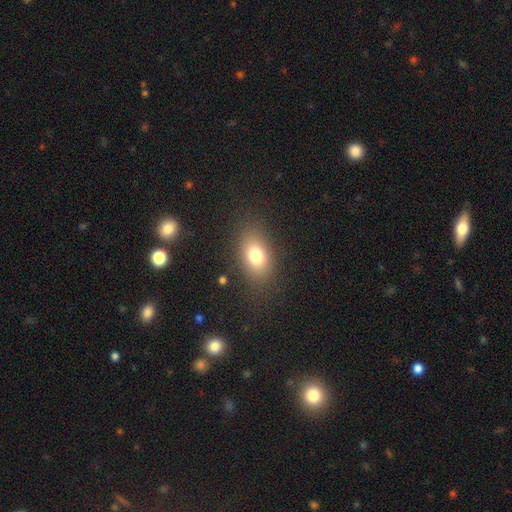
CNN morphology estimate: This appears to be a smooth galaxy with no disk features (76%) that is in between round and cigar-shaped (80%). Merging: none (82%).